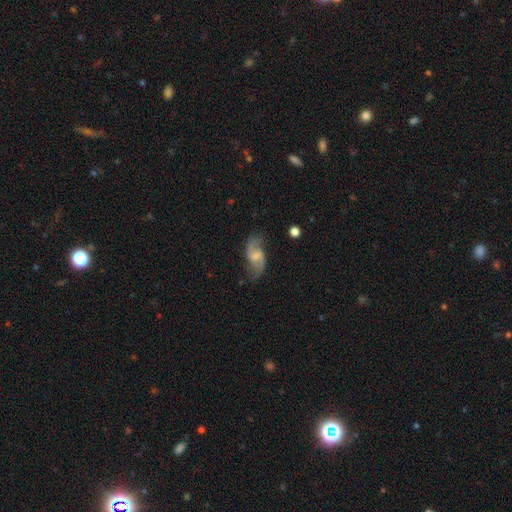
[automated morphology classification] A featured or disk galaxy (74%) with a weak bar (57%), 2 (90%) loose (62%) spiral arms (92%) and no central bulge (35%). Merging: none (70%).